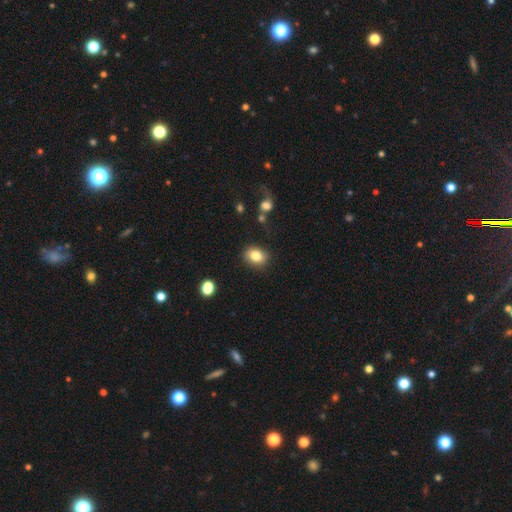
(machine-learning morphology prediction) smooth_or_featured: smooth (p=0.83) [alt: star or artifact p=0.09]
how_rounded: in between (p=0.58) [alt: round p=0.41]
merging: none (p=0.85) [alt: minor disturbance p=0.10]